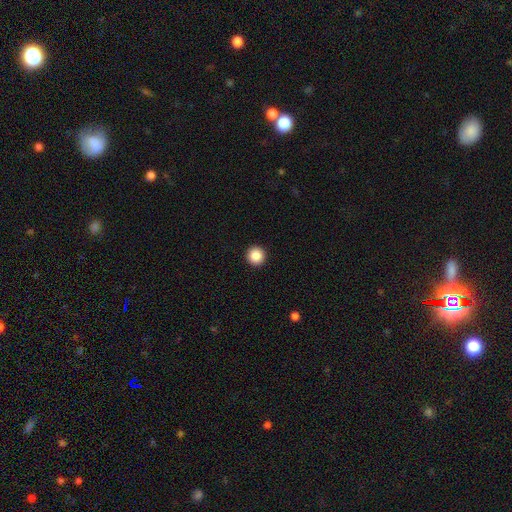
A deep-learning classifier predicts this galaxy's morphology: Smooth or featured: smooth — 88% (star or artifact — 9%)
How rounded: round — 96% (in between — 3%)
Merging: none — 94% (minor disturbance — 4%)